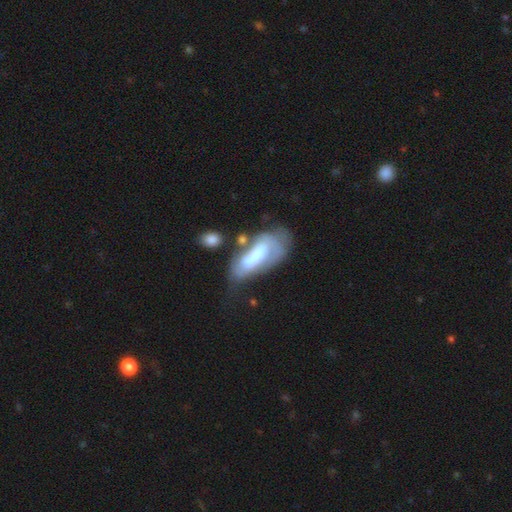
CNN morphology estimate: Smooth or featured? Predicted: featured or disk (p=0.46). Merging? Predicted: major disturbance (p=0.29).